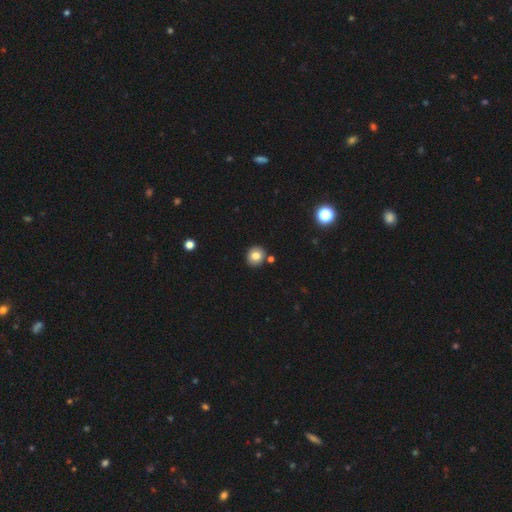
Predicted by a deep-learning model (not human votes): Smooth or featured? Predicted: smooth (p=0.80). How rounded? Predicted: round (p=0.82). Merging? Predicted: none (p=0.84).